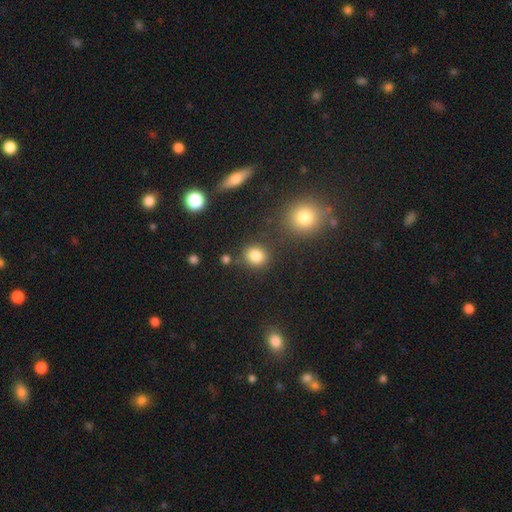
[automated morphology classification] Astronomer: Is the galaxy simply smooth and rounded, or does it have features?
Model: smooth — 83%.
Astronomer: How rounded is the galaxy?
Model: round — 80%.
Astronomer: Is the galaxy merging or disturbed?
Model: none — 80%.